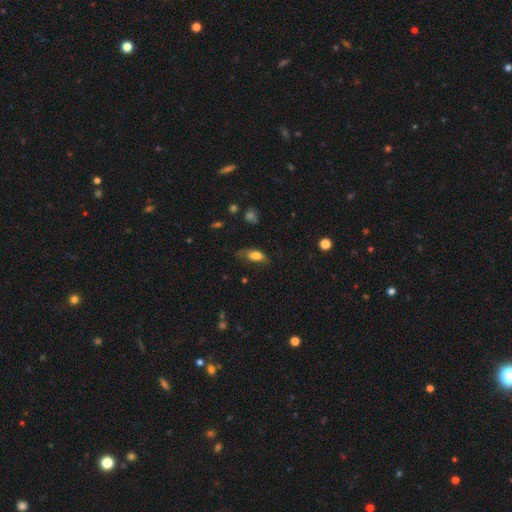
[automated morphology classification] A smooth galaxy with no disk features (74%) that is in between round and cigar-shaped (82%). Merging: none (50%).